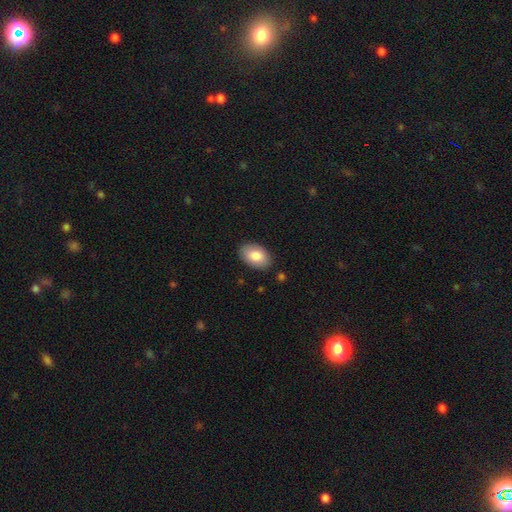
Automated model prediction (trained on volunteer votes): Smooth or featured?
  - smooth: 84% *
  - featured or disk: 10%
  - star or artifact: 6%
How rounded?
  - in between: 91% *
  - round: 8%
  - cigar-shaped: 1%
Merging?
  - none: 86% *
  - minor disturbance: 10%
  - major disturbance: 2%
  - merger: 1%